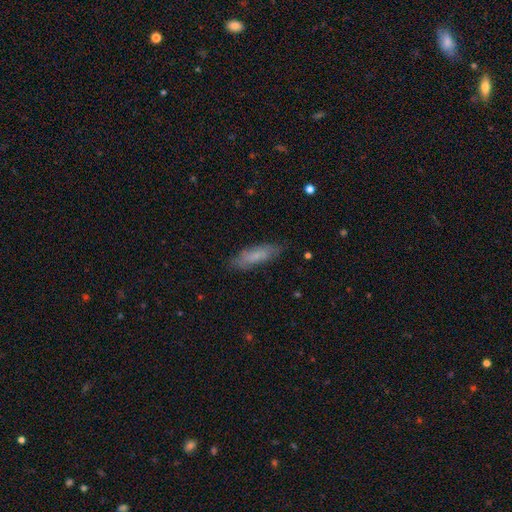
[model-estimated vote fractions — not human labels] Smooth or featured: smooth — 72% (featured or disk — 21%)
How rounded: cigar-shaped — 55% (in between — 43%)
Merging: none — 81% (minor disturbance — 15%)